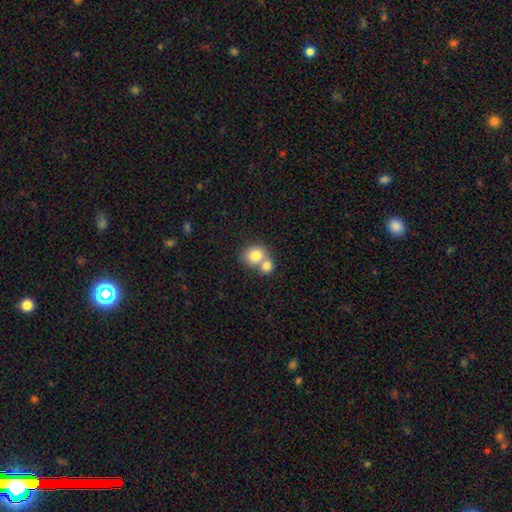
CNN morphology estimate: A smooth galaxy with no disk features (79%) that is round (73%). Merging: merger (57%).